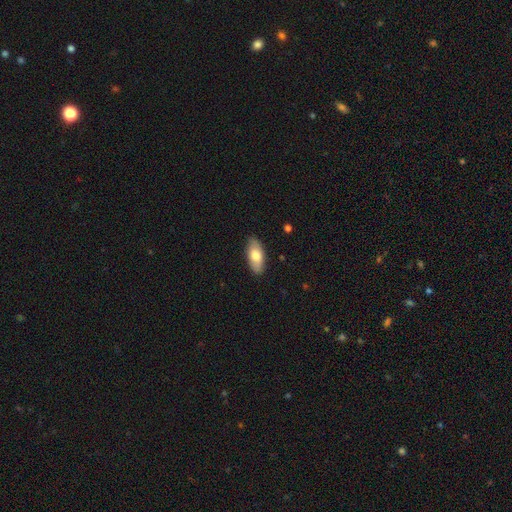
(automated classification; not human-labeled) Smooth or featured? smooth (74%)
How rounded? in between (87%)
Merging? none (87%)